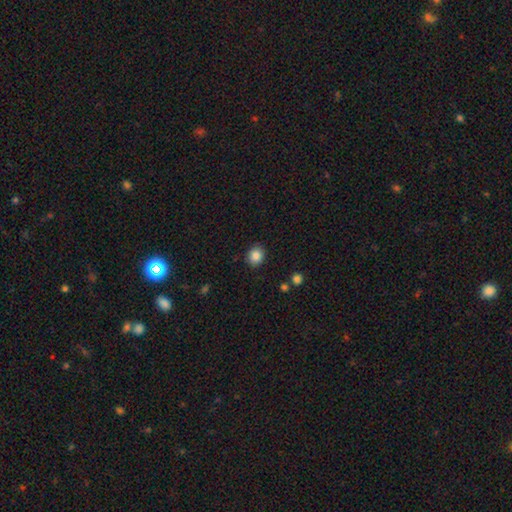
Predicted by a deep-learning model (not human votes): smooth-or-featured: smooth: 86% | star or artifact: 9% | featured or disk: 5%
  how-rounded: round: 71% | in between: 28% | cigar-shaped: 1%
  merging: none: 87% | minor disturbance: 9% | major disturbance: 2% | merger: 1%